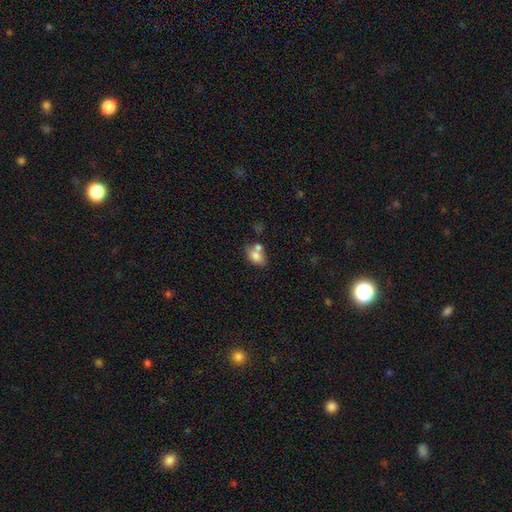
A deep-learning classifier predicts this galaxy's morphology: The model was most divided on "merging": none: 41%, merger: 39%, minor disturbance: 15%, major disturbance: 6%. More confident: how rounded — in between (81%); smooth or featured — smooth (76%).